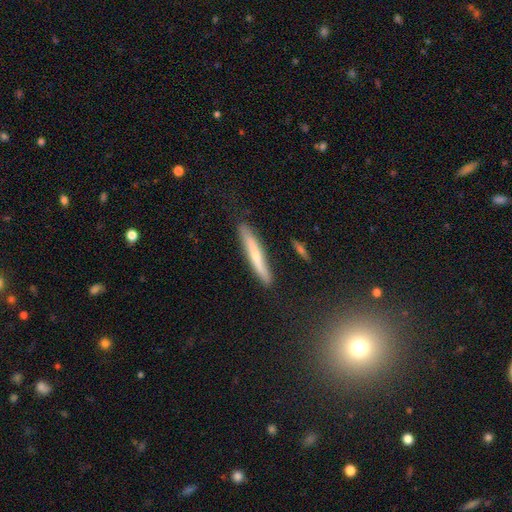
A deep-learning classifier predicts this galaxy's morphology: Smooth or featured? Predicted: smooth (p=0.59). How rounded? Predicted: cigar-shaped (p=0.95). Merging? Predicted: none (p=0.84).